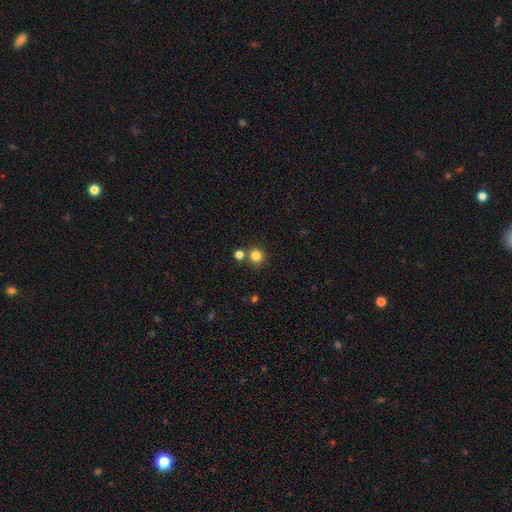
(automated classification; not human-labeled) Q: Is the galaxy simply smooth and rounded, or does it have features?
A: smooth — 81%.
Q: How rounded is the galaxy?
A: round — 93%.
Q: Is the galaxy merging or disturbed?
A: none — 77%.